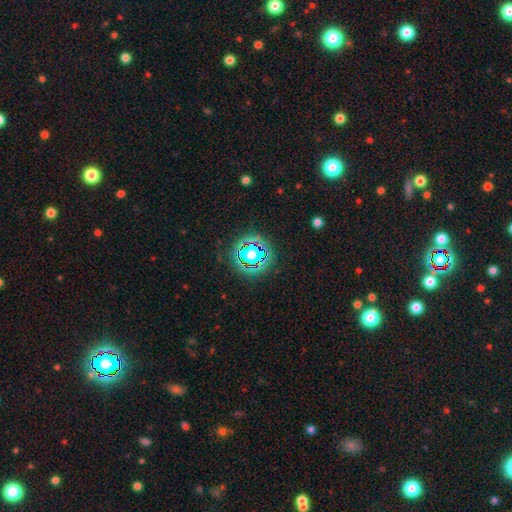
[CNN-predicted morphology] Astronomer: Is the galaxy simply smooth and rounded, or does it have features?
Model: star or artifact — 50% (runner-up: smooth, 36%).